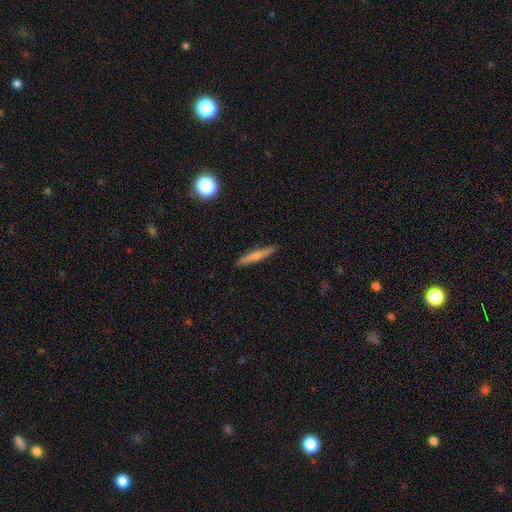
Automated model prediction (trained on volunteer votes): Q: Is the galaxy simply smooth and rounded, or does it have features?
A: smooth — 62%.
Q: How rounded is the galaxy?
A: cigar-shaped — 94%.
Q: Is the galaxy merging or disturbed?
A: none — 90%.